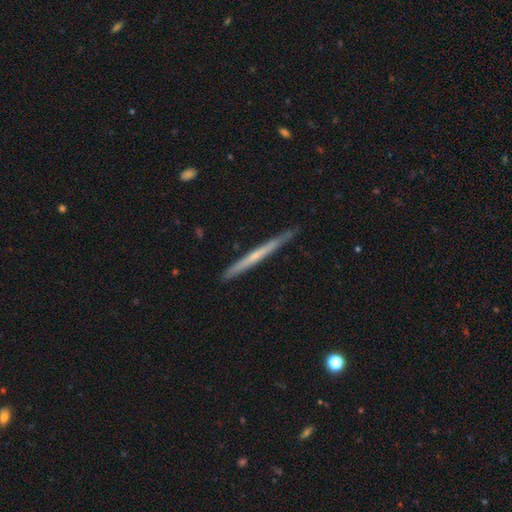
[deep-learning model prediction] Smooth or featured? Predicted: featured or disk (p=0.57). Edge-on disk? Predicted: yes (p=0.97). Edge-on bulge? Predicted: none (p=0.71). Merging? Predicted: none (p=0.89).